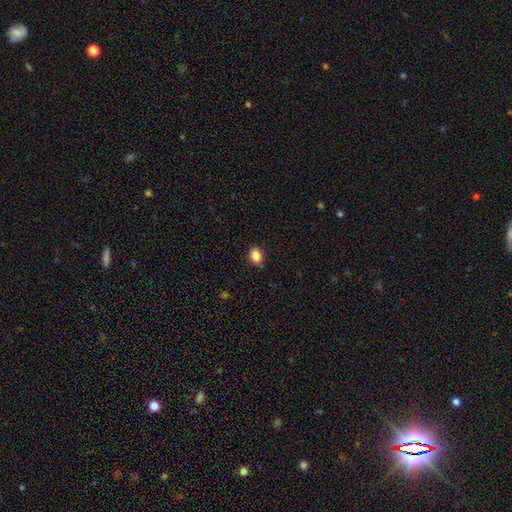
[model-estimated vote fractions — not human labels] Smooth or featured: smooth — 87% (star or artifact — 10%)
How rounded: in between — 57% (round — 42%)
Merging: none — 87% (minor disturbance — 10%)